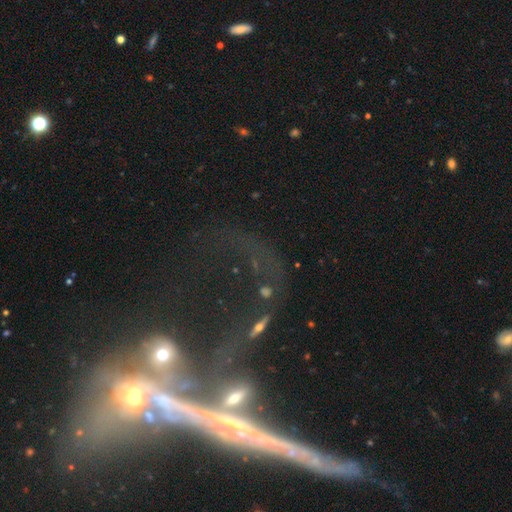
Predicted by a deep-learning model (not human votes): Smooth or featured? featured or disk (50%)
Edge-on disk? no (57%)
Merging? none (35%)